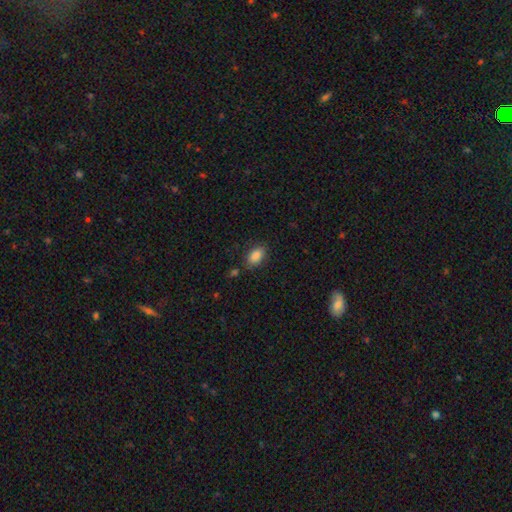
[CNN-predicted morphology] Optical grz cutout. It shows a smooth galaxy with no disk features (87%) that is in between round and cigar-shaped (90%). Merging: none (80%).